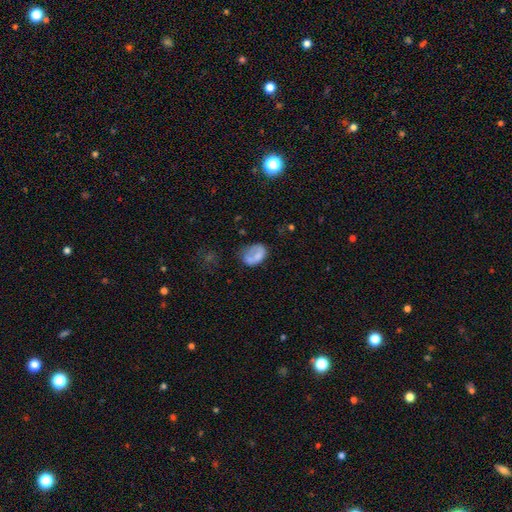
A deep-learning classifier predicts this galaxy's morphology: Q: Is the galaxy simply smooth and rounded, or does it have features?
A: smooth — 65%.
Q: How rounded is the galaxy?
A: in between — 76%.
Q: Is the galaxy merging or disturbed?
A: none — 38%.